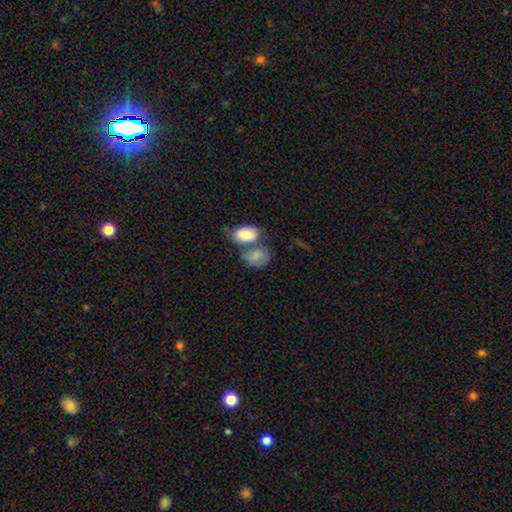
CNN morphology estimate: smooth 78%, featured or disk 15%, star or artifact 7%. Down the decision tree: how rounded — in between (77%); merging — merger (50%).